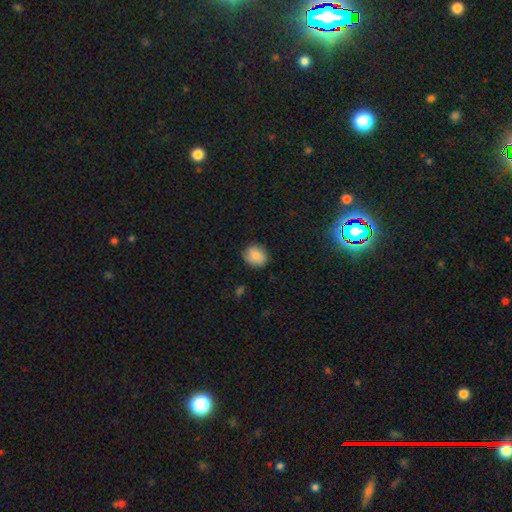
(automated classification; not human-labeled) A smooth galaxy with no disk features (82%) that is round (73%). Merging: none (82%).